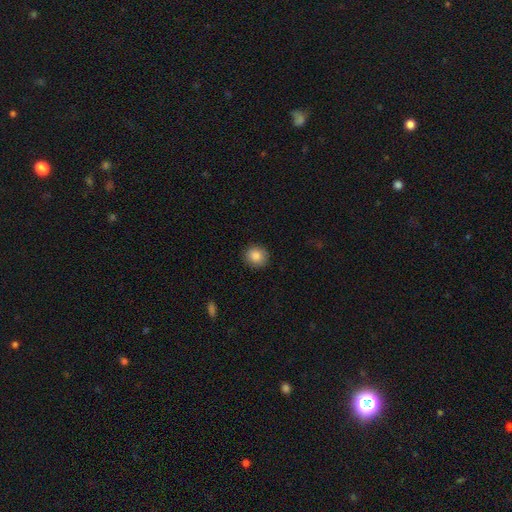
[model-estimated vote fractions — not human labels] smooth-or-featured: smooth: 86% | star or artifact: 9% | featured or disk: 5%
  how-rounded: round: 85% | in between: 14% | cigar-shaped: 1%
  merging: none: 89% | minor disturbance: 8% | major disturbance: 2% | merger: 1%